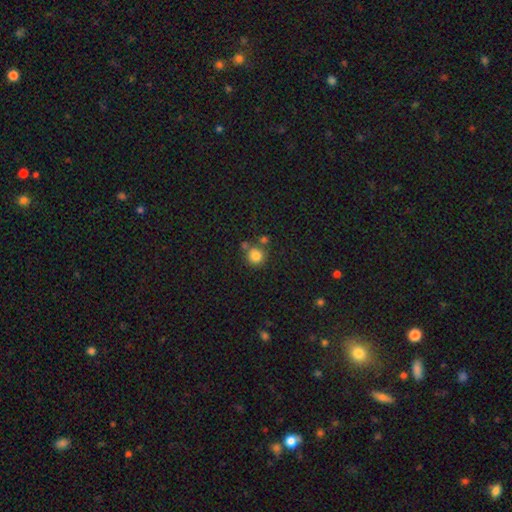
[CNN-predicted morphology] smooth 82%, star or artifact 12%, featured or disk 6%. Down the decision tree: how rounded — round (92%); merging — none (68%).